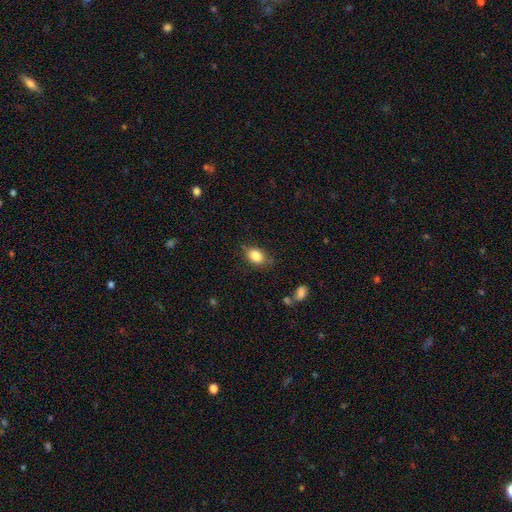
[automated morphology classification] Smooth or featured? Predicted: smooth (p=0.84). How rounded? Predicted: in between (p=0.75). Merging? Predicted: none (p=0.71).